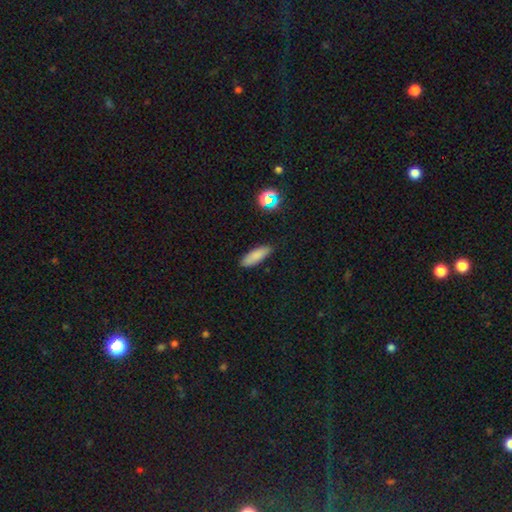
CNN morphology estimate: This appears to be a smooth galaxy with no disk features (83%) that is in between round and cigar-shaped (58%). Merging: none (85%).